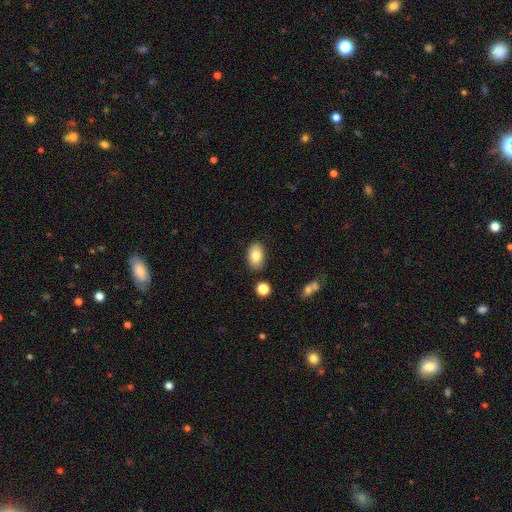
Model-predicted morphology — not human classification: Smooth or featured? Predicted: smooth (p=0.83). How rounded? Predicted: in between (p=0.89). Merging? Predicted: none (p=0.86).